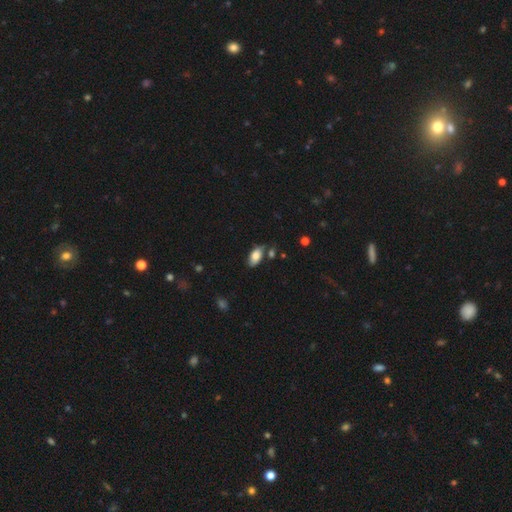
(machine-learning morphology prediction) Overall: smooth (79%). How rounded: in between (93%). Merging: none (67%).